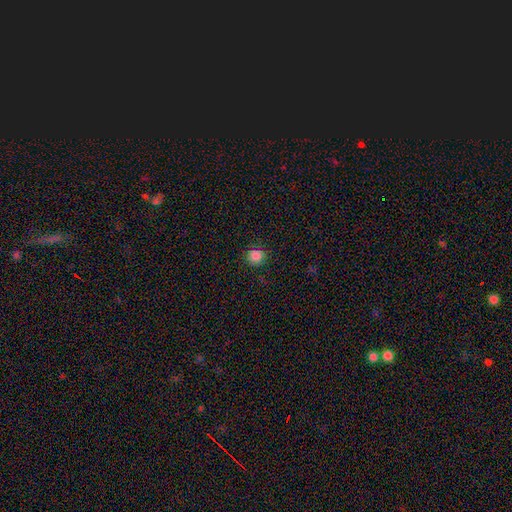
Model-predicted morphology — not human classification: Smooth or featured? smooth (85%)
How rounded? round (93%)
Merging? none (89%)